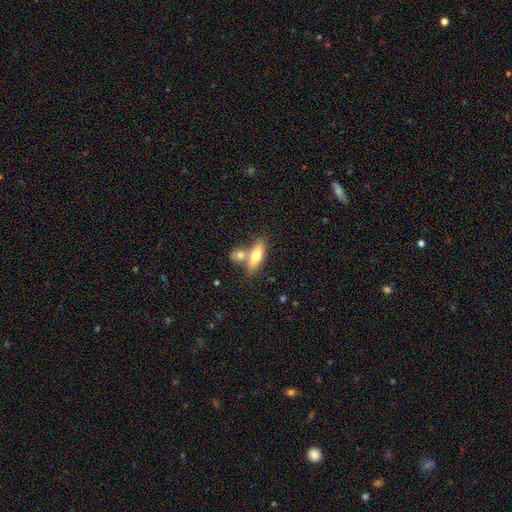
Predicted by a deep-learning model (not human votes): The model was most divided on "merging": none: 51%, merger: 37%, minor disturbance: 10%, major disturbance: 3%. More confident: smooth or featured — smooth (67%); how rounded — in between (57%).